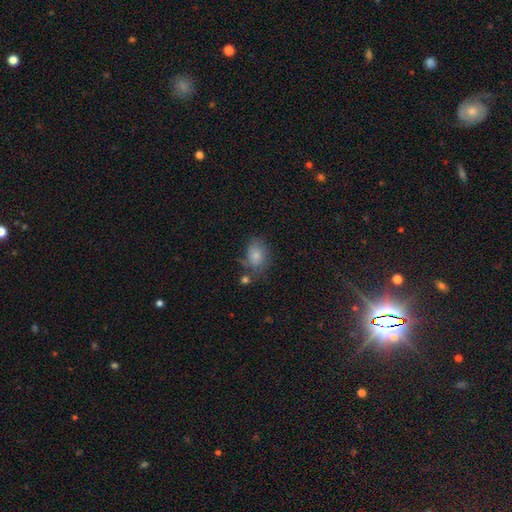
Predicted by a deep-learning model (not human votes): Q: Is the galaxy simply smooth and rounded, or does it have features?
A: smooth — 77%.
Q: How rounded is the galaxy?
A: in between — 72%.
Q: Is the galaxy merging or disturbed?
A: none — 49%.